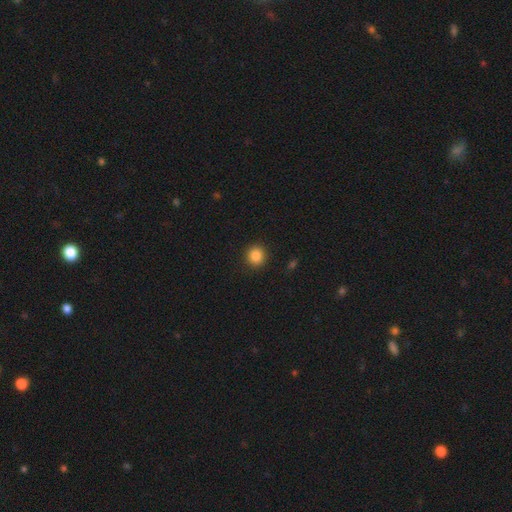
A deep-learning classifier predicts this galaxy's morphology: Smooth or featured: smooth — 86% (star or artifact — 10%)
How rounded: round — 89% (in between — 10%)
Merging: none — 91% (minor disturbance — 6%)